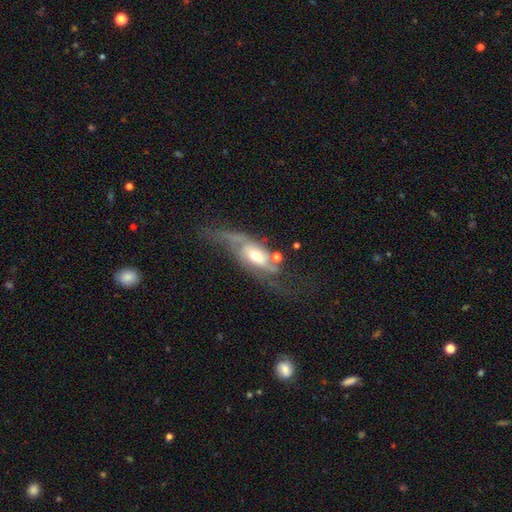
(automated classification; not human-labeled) featured or disk 75%, smooth 19%, star or artifact 7%. Down the decision tree: edge-on disk — no (84%); bar — no (57%); spiral arms — yes (86%); spiral arm count — 2 (72%); spiral winding — loose (52%); bulge size — moderate (65%); merging — none (39%).